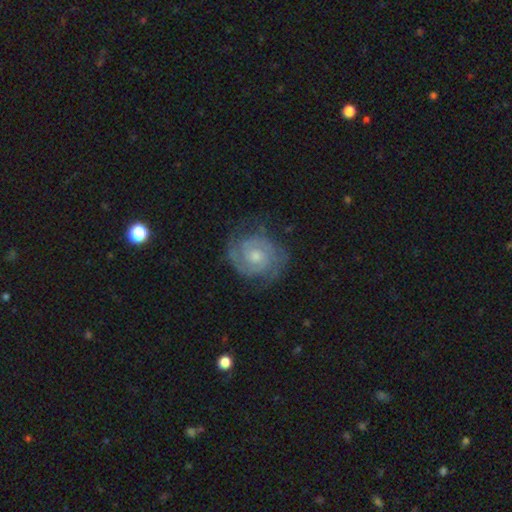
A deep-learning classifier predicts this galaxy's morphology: featured or disk 85%, smooth 10%, star or artifact 6%. Down the decision tree: edge-on disk — no (98%); bar — no (65%); spiral arms — yes (96%); spiral arm count — 2 (70%); spiral winding — tight (66%); bulge size — moderate (53%); merging — none (76%).